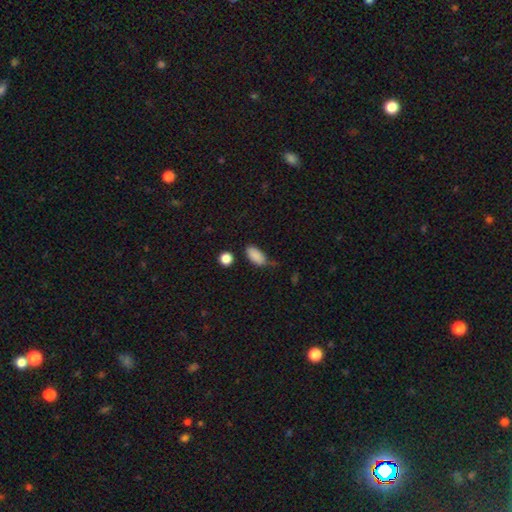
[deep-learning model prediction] This is clearly a smooth galaxy (88%). How rounded: clearly in between (90%). Merging: likely none (63%).